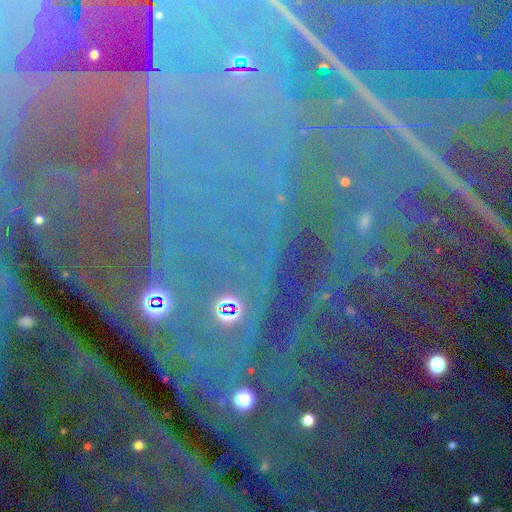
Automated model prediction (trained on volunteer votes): This appears to be a star or artifact, not a galaxy (88%).